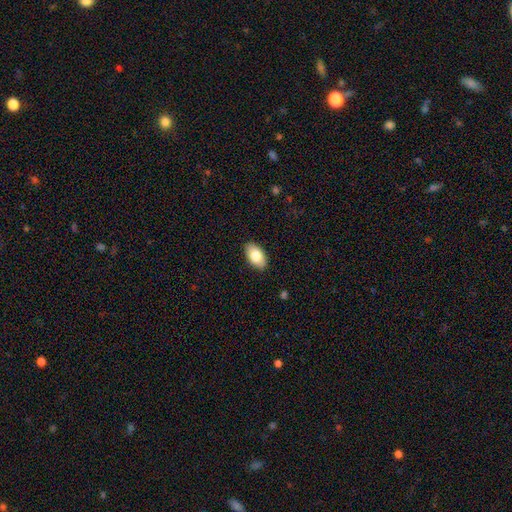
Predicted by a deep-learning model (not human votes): Smooth or featured: smooth — 81% (featured or disk — 12%)
How rounded: in between — 94% (round — 4%)
Merging: none — 89% (minor disturbance — 8%)